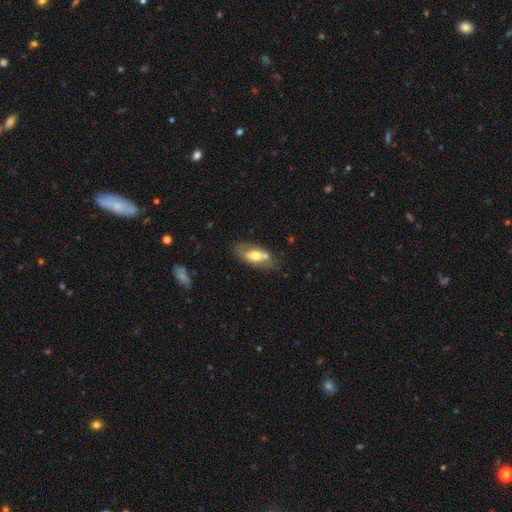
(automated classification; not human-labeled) Morphology: type=smooth (57%); roundness=in between (86%); merging=none (58%).